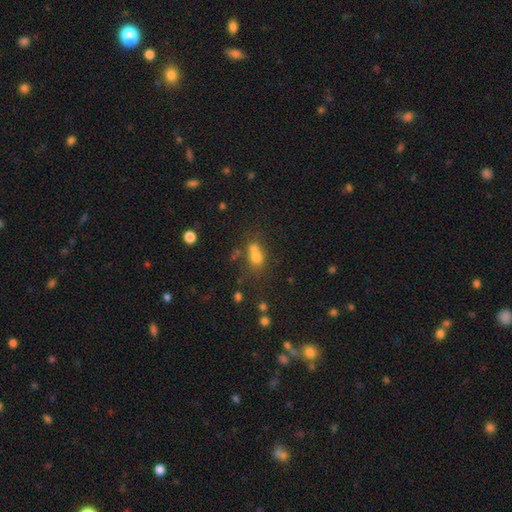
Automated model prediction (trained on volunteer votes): smooth 66%, star or artifact 19%, featured or disk 15%. Down the decision tree: how rounded — round (57%); merging — merger (47%).